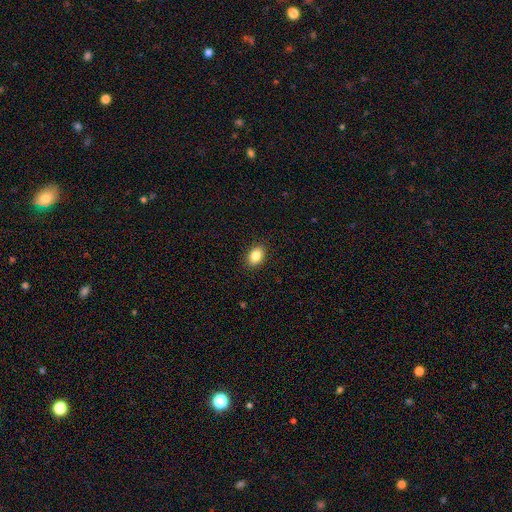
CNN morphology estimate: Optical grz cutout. It shows a smooth galaxy with no disk features (85%) that is in between round and cigar-shaped (83%). Merging: none (90%).